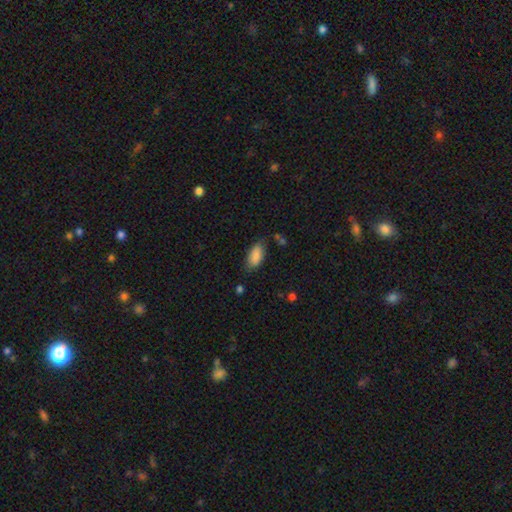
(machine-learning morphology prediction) This is clearly a smooth galaxy (88%). How rounded: clearly in between (91%). Merging: likely none (72%).